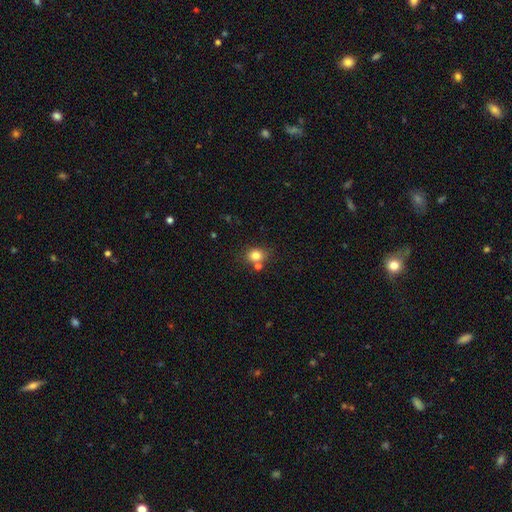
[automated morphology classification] smooth_or_featured: smooth (p=0.80) [alt: star or artifact p=0.12]
how_rounded: round (p=0.69) [alt: in between p=0.30]
merging: none (p=0.65) [alt: merger p=0.19]